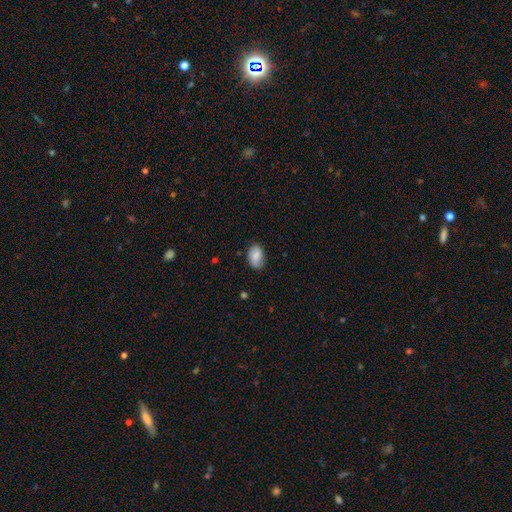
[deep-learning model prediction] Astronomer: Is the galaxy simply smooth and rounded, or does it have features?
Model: smooth — 80%.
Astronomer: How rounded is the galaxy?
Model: in between — 88%.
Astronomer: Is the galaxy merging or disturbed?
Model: none — 74%.